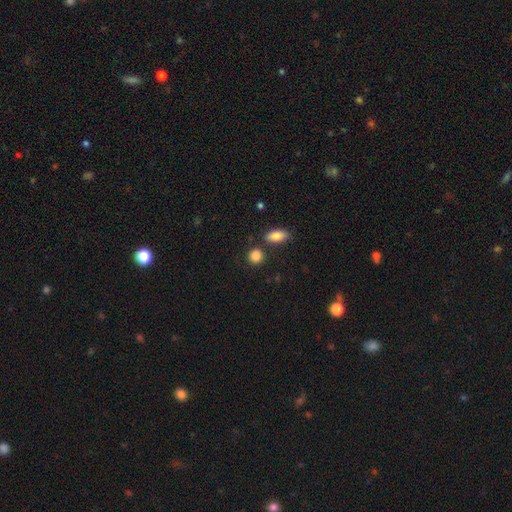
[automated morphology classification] Smooth or featured? smooth (87%)
How rounded? round (78%)
Merging? none (77%)